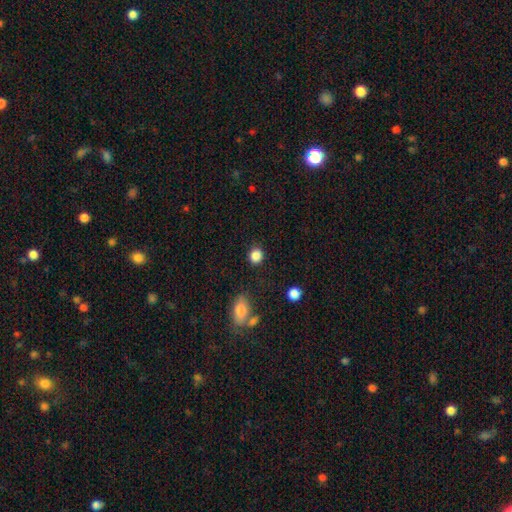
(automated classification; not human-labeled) The model was most divided on "how rounded": round: 83%, in between: 16%, cigar-shaped: 1%. More confident: smooth or featured — smooth (86%); merging — none (86%).